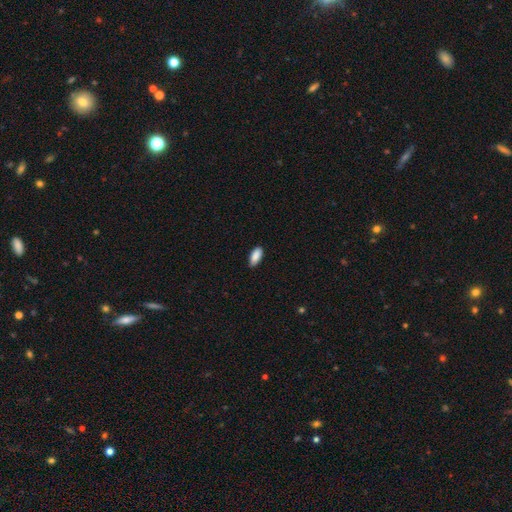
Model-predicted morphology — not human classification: A smooth galaxy with no disk features (89%) that is in between round and cigar-shaped (89%). Merging: none (84%).